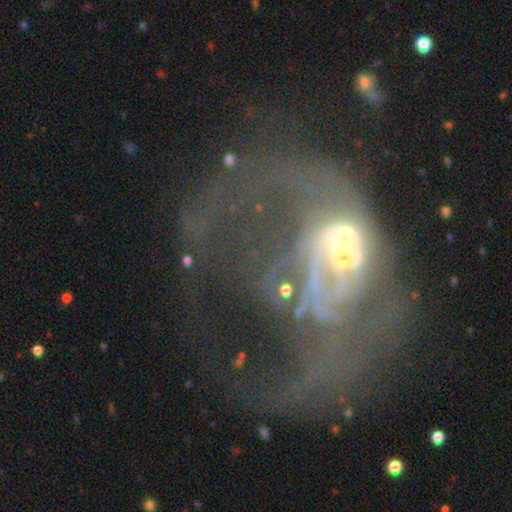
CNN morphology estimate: This appears to be a featured or disk galaxy (75%) with no bar (65%), spiral arms (62%) and a moderate central bulge (45%). Merging: merger (40%).